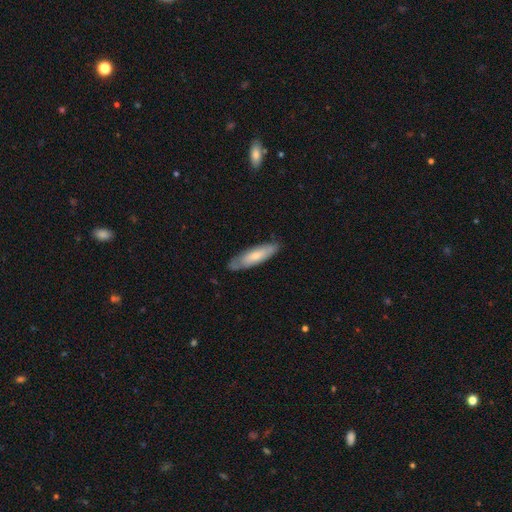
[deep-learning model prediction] Morphology: type=smooth (65%); roundness=cigar-shaped (58%); merging=none (76%).